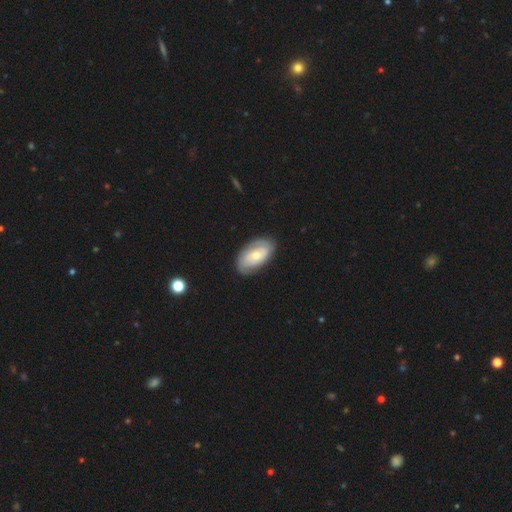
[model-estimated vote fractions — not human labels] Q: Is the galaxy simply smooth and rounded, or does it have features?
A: featured or disk — 59%.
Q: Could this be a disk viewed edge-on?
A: no — 94%.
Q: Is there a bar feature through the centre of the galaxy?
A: no — 68%.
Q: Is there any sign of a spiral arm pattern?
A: yes — 76%.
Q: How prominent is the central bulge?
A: moderate — 52%.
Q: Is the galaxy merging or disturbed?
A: none — 78%.